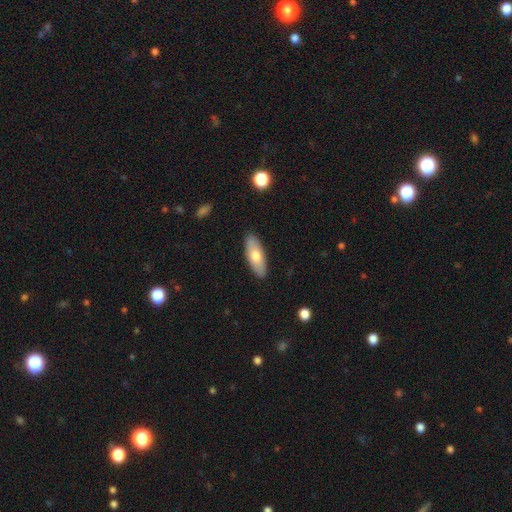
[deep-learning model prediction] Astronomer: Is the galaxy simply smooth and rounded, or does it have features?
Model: smooth — 69%.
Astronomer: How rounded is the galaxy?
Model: in between — 73%.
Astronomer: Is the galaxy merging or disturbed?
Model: none — 89%.